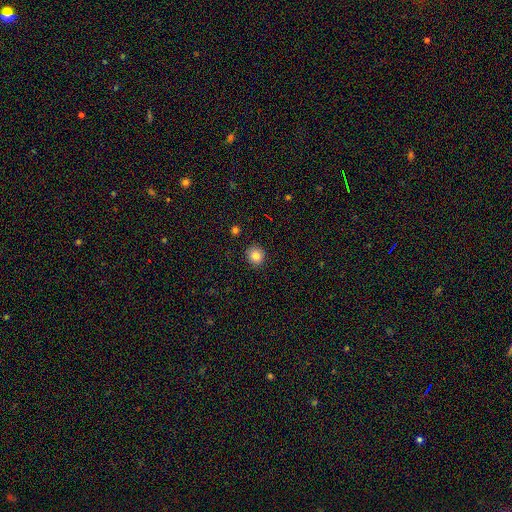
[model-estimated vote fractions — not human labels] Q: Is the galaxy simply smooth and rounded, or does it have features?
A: smooth — 84%.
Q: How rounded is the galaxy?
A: round — 86%.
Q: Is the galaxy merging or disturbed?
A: none — 90%.